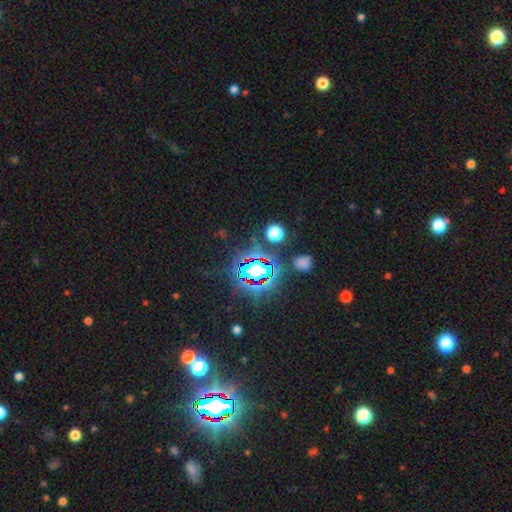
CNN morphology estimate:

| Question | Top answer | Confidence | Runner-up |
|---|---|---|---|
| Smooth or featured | star or artifact | 83% | smooth (10%) |